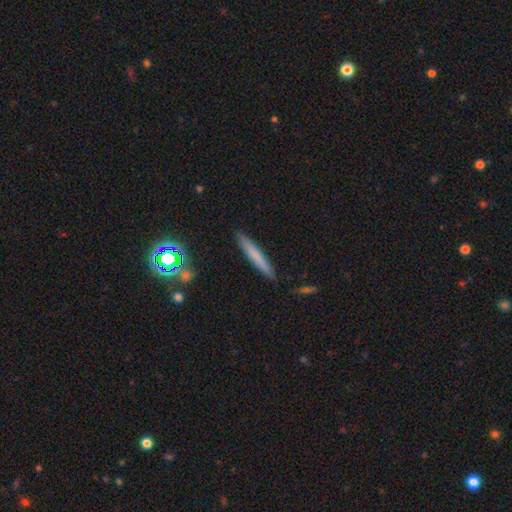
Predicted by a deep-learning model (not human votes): Smooth or featured: smooth — 68% (featured or disk — 23%)
How rounded: cigar-shaped — 95% (in between — 4%)
Merging: none — 90% (minor disturbance — 7%)